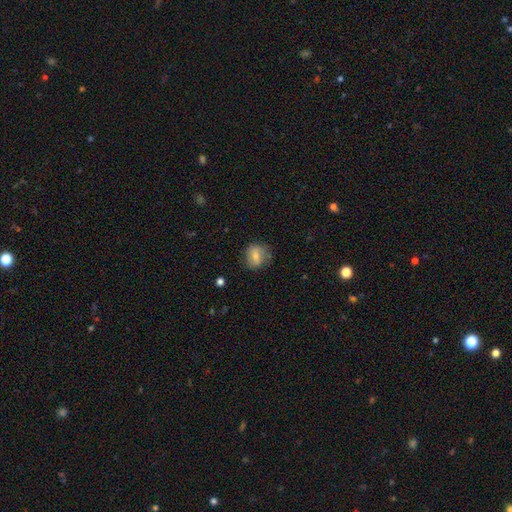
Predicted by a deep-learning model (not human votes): Smooth or featured?
  - smooth: 57% *
  - featured or disk: 34%
  - star or artifact: 9%
How rounded?
  - round: 69% *
  - in between: 29%
  - cigar-shaped: 1%
Merging?
  - none: 69% *
  - minor disturbance: 22%
  - major disturbance: 8%
  - merger: 1%